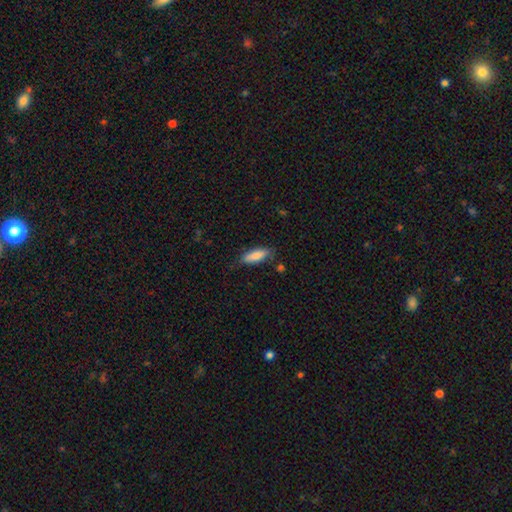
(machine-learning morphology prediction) smooth 83%, featured or disk 10%, star or artifact 6%. Down the decision tree: how rounded — in between (61%); merging — none (78%).